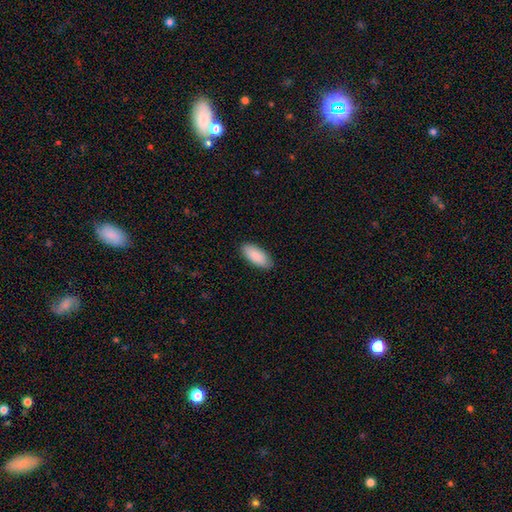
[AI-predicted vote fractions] A smooth galaxy with no disk features (90%) that is in between round and cigar-shaped (87%). Merging: none (89%).